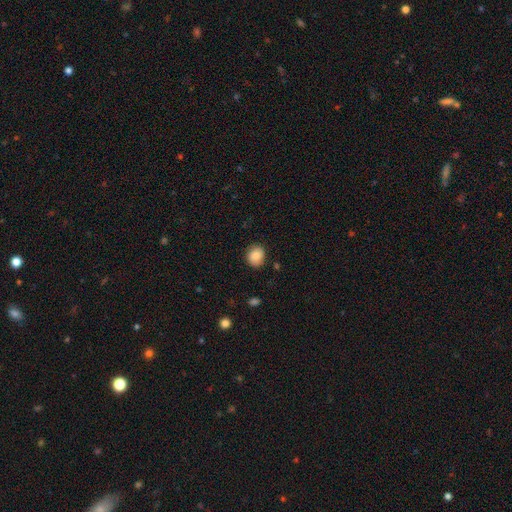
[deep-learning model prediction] smooth 85%, star or artifact 8%, featured or disk 7%. Down the decision tree: how rounded — round (67%); merging — none (83%).